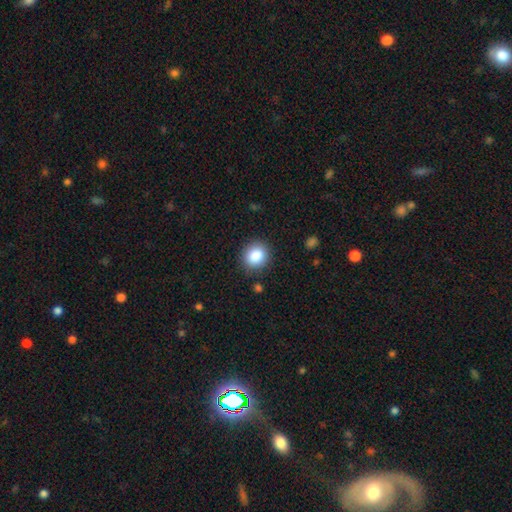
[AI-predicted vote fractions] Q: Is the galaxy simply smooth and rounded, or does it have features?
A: smooth — 86%.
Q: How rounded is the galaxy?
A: round — 81%.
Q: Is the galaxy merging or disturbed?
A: none — 88%.